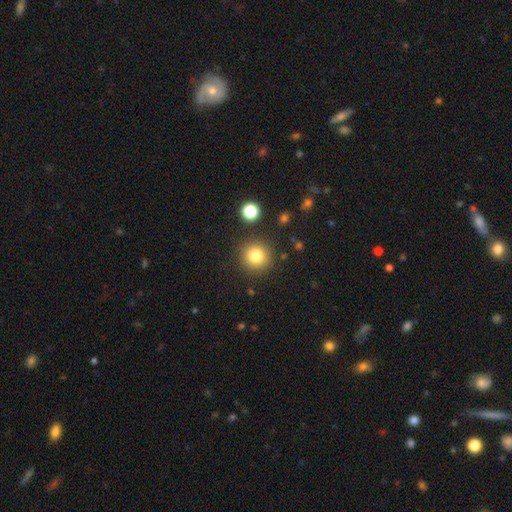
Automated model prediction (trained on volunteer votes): A smooth galaxy with no disk features (80%) that is round (93%). Merging: none (88%).